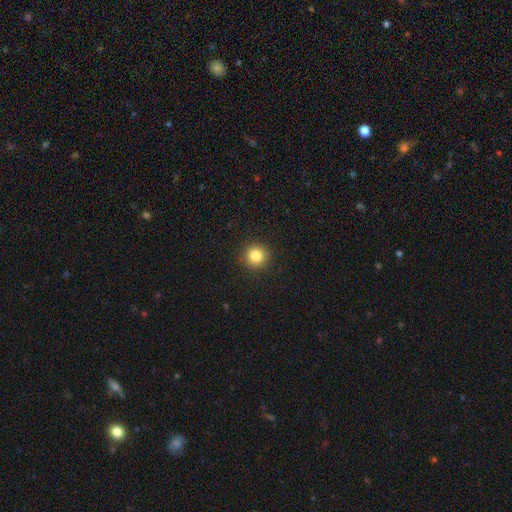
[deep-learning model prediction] smooth_or_featured: smooth (p=0.83) [alt: star or artifact p=0.11]
how_rounded: round (p=0.95) [alt: in between p=0.04]
merging: none (p=0.92) [alt: minor disturbance p=0.05]